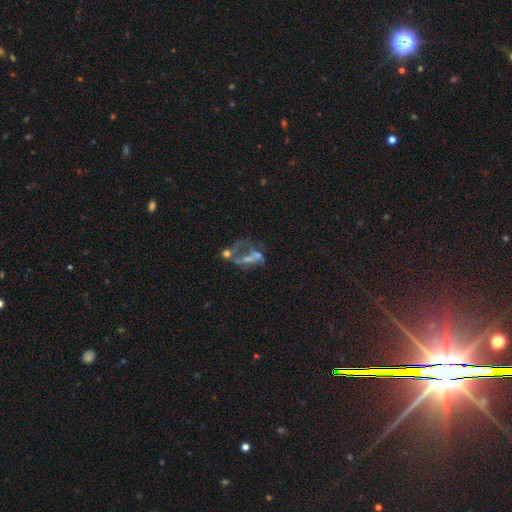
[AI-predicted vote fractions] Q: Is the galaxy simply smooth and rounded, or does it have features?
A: featured or disk — 55%.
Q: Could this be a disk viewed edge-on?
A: no — 94%.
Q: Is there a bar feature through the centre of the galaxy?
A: no — 77%.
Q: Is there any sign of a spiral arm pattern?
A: no — 80%.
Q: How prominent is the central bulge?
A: none — 60%.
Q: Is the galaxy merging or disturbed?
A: merger — 37%.